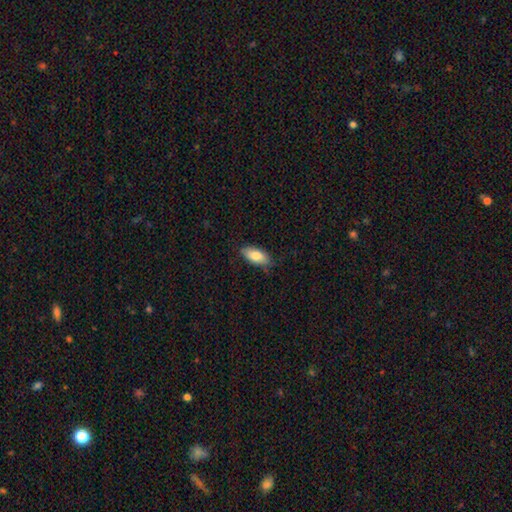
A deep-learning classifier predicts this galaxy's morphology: smooth-or-featured: smooth: 80% | featured or disk: 14% | star or artifact: 6%
  how-rounded: in between: 86% | cigar-shaped: 11% | round: 3%
  merging: none: 77% | minor disturbance: 19% | major disturbance: 3% | merger: 1%